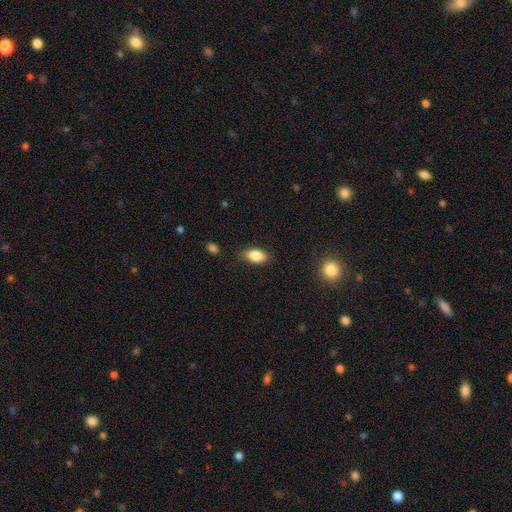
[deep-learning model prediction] This appears to be a smooth galaxy with no disk features (85%) that is in between round and cigar-shaped (88%). Merging: none (76%).